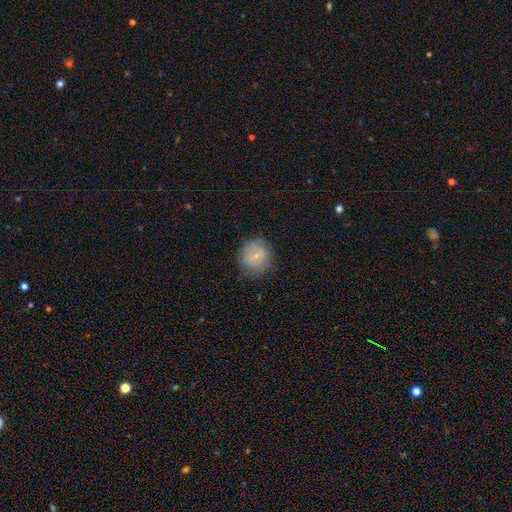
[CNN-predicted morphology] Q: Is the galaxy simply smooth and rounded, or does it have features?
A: smooth — 67%.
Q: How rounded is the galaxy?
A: round — 89%.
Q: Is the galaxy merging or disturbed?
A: none — 79%.